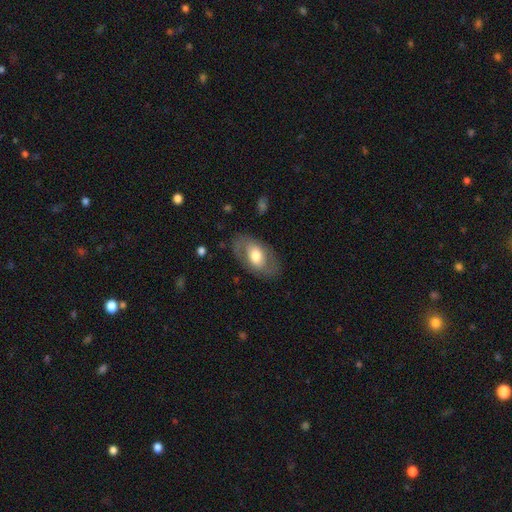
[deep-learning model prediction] This is possibly a featured or disk galaxy (48%). Merging: likely none (79%).